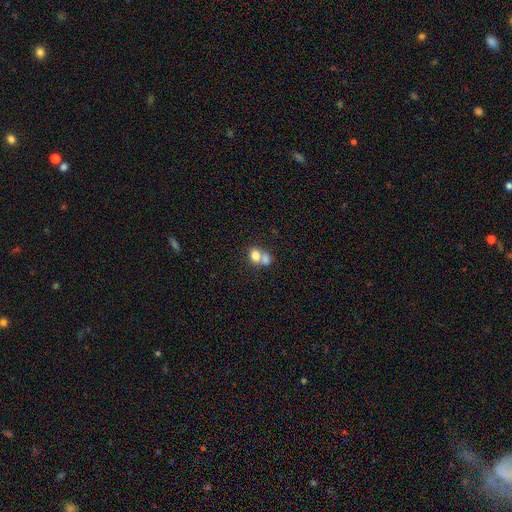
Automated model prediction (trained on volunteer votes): This is likely a smooth galaxy (75%). How rounded: possibly round (52%). Merging: likely merger (62%).